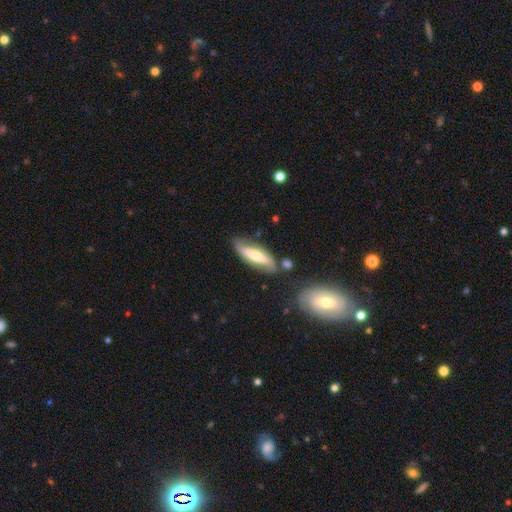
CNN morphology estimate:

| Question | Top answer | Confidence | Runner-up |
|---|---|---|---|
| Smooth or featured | featured or disk | 54% | smooth (40%) |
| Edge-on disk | no | 59% | yes (41%) |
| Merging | none | 70% | minor disturbance (18%) |